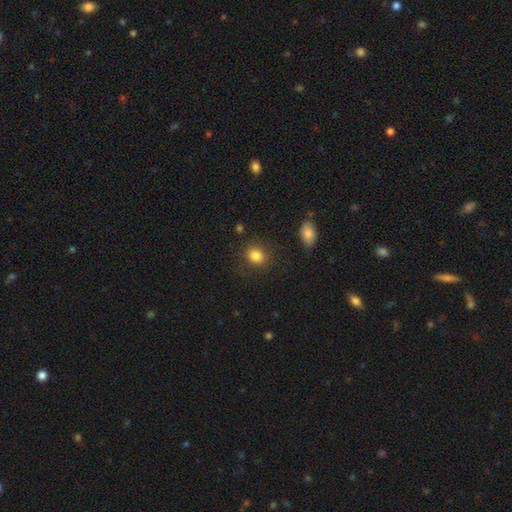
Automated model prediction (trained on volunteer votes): smooth_or_featured: smooth (p=0.84) [alt: star or artifact p=0.10]
how_rounded: round (p=0.57) [alt: in between p=0.42]
merging: none (p=0.82) [alt: minor disturbance p=0.11]